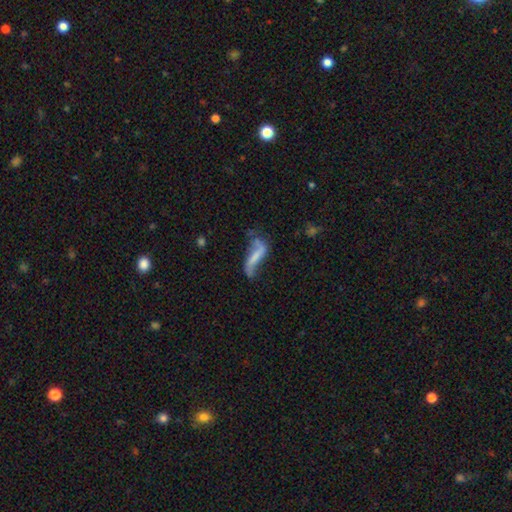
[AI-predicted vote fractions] smooth-or-featured: featured or disk: 56% | smooth: 35% | star or artifact: 9%
  disk-edge-on: no: 84% | yes: 16%
  merging: none: 39% | minor disturbance: 26% | major disturbance: 26% | merger: 9%